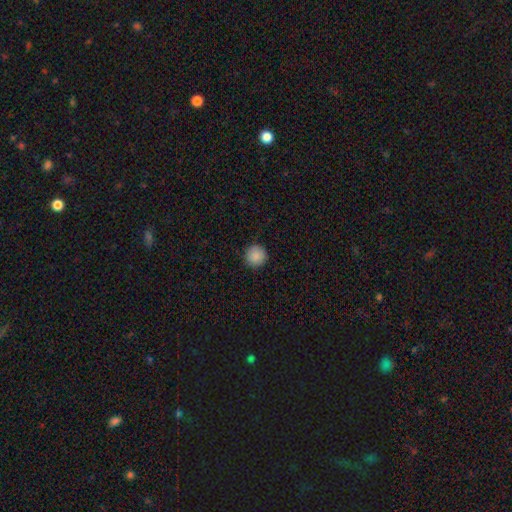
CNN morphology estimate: This appears to be a smooth galaxy with no disk features (88%) that is round (95%). Merging: none (92%).